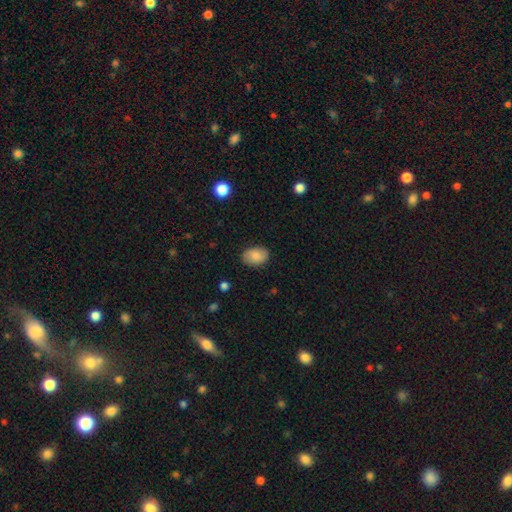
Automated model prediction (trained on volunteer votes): A smooth galaxy with no disk features (84%) that is in between round and cigar-shaped (80%). Merging: none (85%).